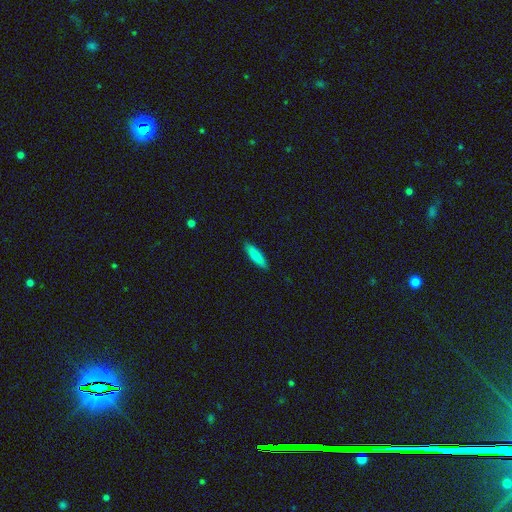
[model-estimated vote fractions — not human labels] This appears to be a smooth galaxy with no disk features (80%) that is cigar-shaped (72%). Merging: none (90%).